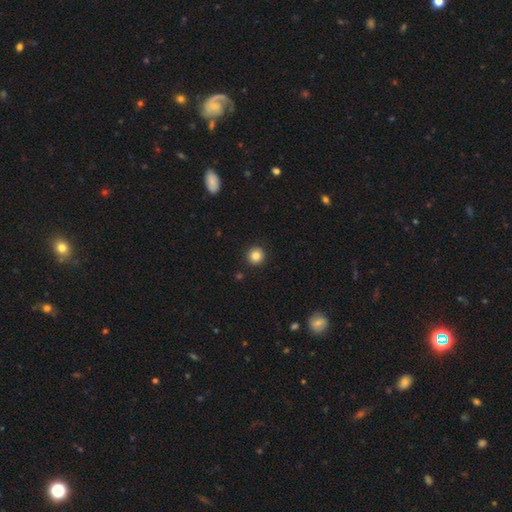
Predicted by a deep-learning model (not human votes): Smooth or featured?
  - smooth: 85% *
  - star or artifact: 10%
  - featured or disk: 5%
How rounded?
  - round: 94% *
  - in between: 5%
  - cigar-shaped: 1%
Merging?
  - none: 92% *
  - minor disturbance: 5%
  - major disturbance: 2%
  - merger: 1%